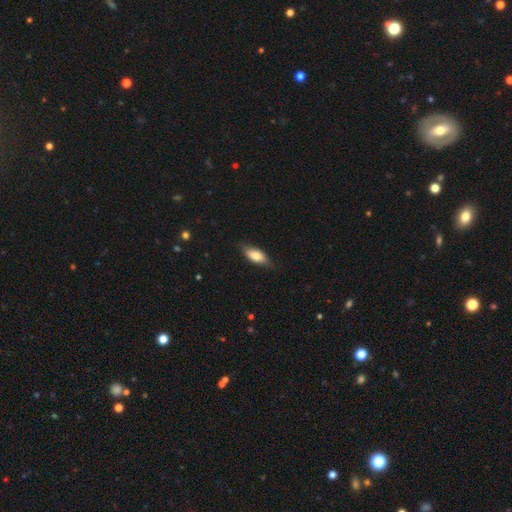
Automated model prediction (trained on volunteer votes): A smooth galaxy with no disk features (74%) that is in between round and cigar-shaped (80%).

Vote fractions:
- Smooth or featured? smooth: 74% / featured or disk: 20% / star or artifact: 6%
- How rounded? in between: 80% / cigar-shaped: 17% / round: 3%
- Merging? none: 77% / minor disturbance: 18% / major disturbance: 3% / merger: 1%